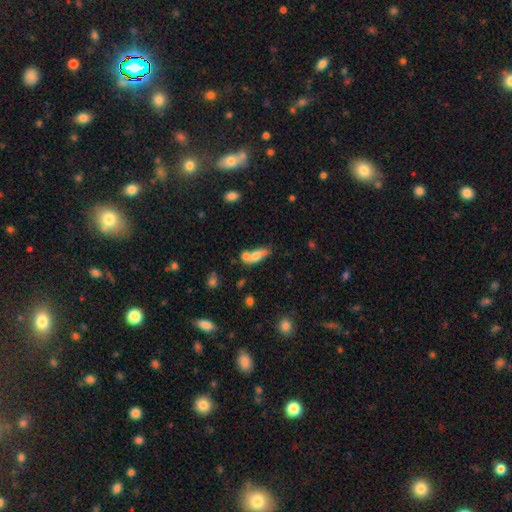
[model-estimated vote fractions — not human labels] This is likely a smooth galaxy (63%). How rounded: likely in between (72%). Merging: possibly merger (56%).